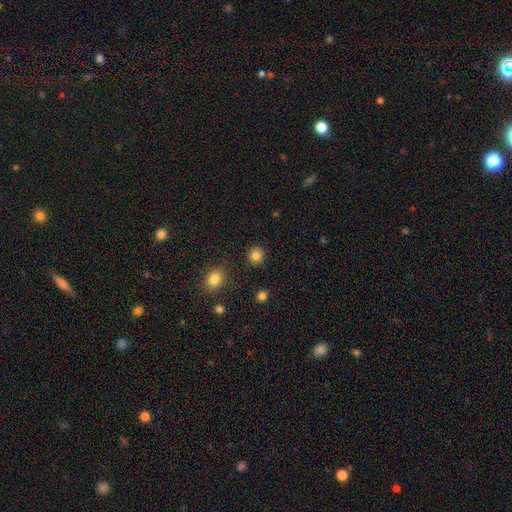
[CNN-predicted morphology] A smooth galaxy with no disk features (84%) that is round (89%).

Vote fractions:
- Smooth or featured? smooth: 84% / star or artifact: 11% / featured or disk: 5%
- How rounded? round: 89% / in between: 10% / cigar-shaped: 1%
- Merging? none: 91% / minor disturbance: 6% / major disturbance: 2% / merger: 2%